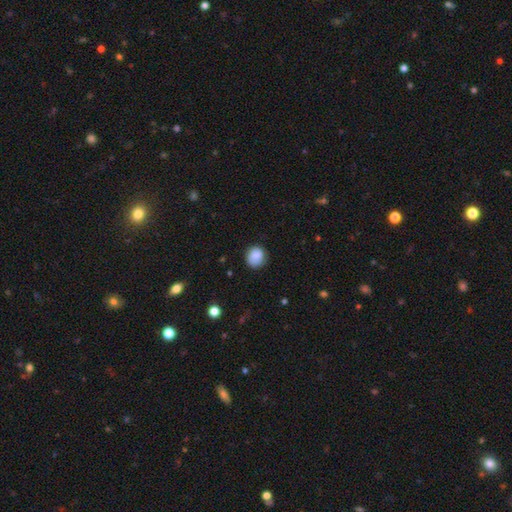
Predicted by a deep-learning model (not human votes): The model was most divided on "how rounded": round: 77%, in between: 22%, cigar-shaped: 1%. More confident: smooth or featured — smooth (85%); merging — none (77%).